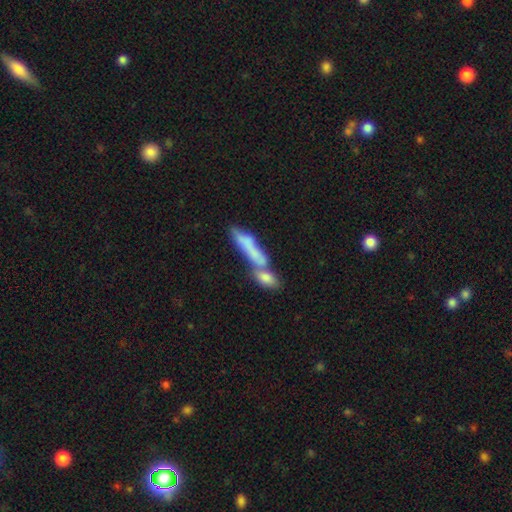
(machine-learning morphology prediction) smooth_or_featured: smooth (p=0.65) [alt: featured or disk p=0.27]
how_rounded: cigar-shaped (p=0.62) [alt: in between p=0.34]
merging: merger (p=0.63) [alt: none p=0.21]